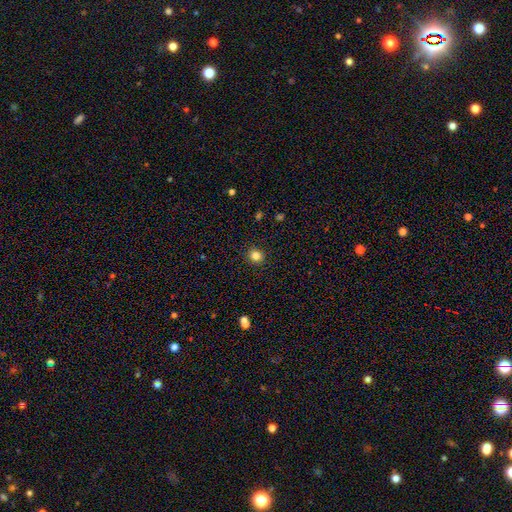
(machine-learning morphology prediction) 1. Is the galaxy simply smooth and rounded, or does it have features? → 84% smooth, 12% star or artifact, 5% featured or disk.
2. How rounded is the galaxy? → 85% round, 14% in between, 1% cigar-shaped.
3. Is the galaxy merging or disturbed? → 91% none, 6% minor disturbance, 2% major disturbance, 1% merger.